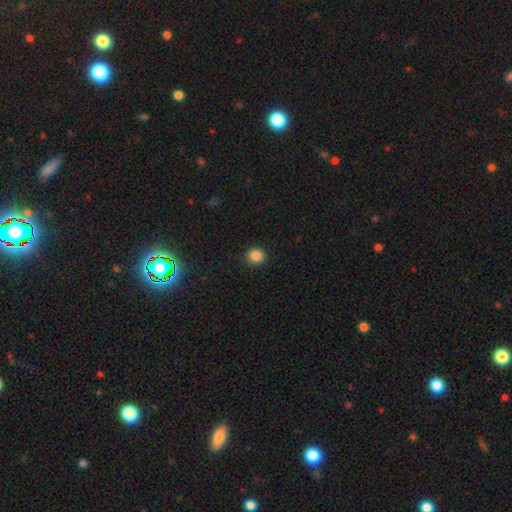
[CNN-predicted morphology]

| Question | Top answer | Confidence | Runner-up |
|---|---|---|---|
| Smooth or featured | smooth | 86% | star or artifact (11%) |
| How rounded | round | 80% | in between (19%) |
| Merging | none | 89% | minor disturbance (8%) |